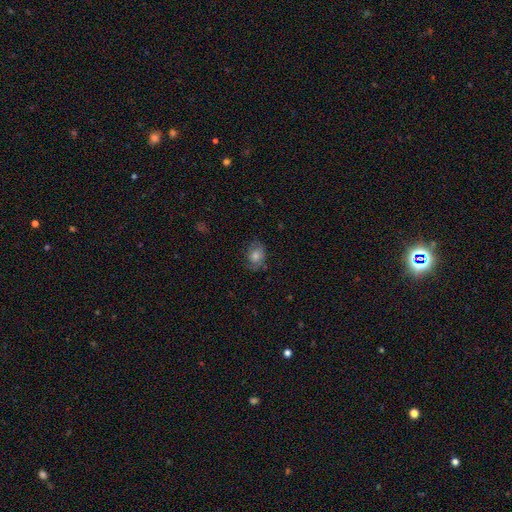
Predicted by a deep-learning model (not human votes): Smooth or featured? Predicted: smooth (p=0.57). How rounded? Predicted: in between (p=0.53). Merging? Predicted: none (p=0.72).